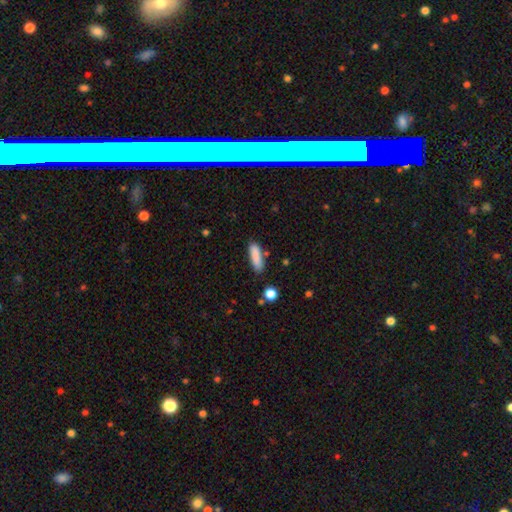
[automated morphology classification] Smooth or featured: smooth — 87% (star or artifact — 7%)
How rounded: cigar-shaped — 54% (in between — 44%)
Merging: none — 77% (minor disturbance — 15%)